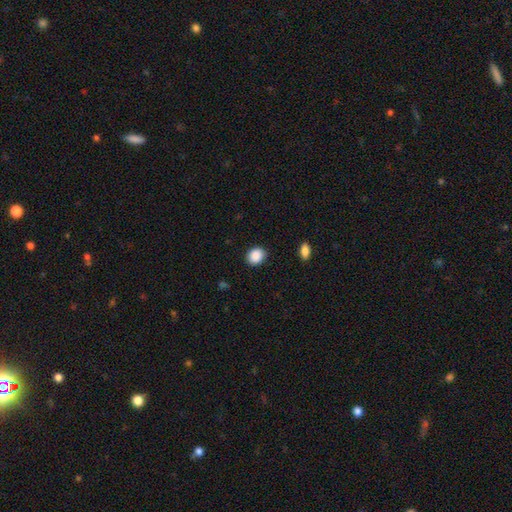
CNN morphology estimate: Smooth or featured? smooth (89%)
How rounded? round (63%)
Merging? none (88%)